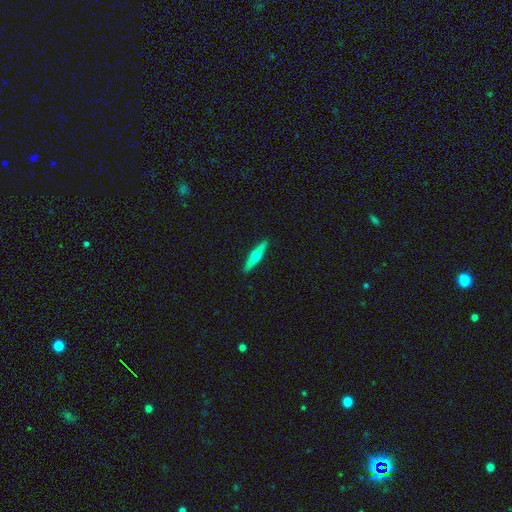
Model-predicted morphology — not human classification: smooth_or_featured: featured or disk (p=0.54) [alt: smooth p=0.40]
disk_edge_on: yes (p=0.95) [alt: no p=0.05]
edge_on_bulge: rounded (p=0.93) [alt: none p=0.05]
merging: none (p=0.91) [alt: minor disturbance p=0.06]